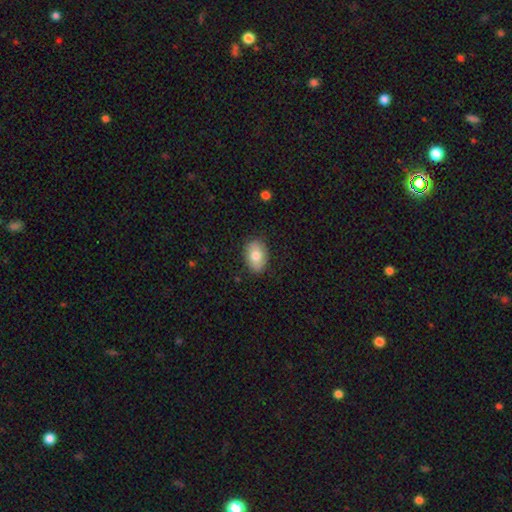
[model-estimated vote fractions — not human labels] Smooth or featured? smooth (77%)
How rounded? in between (85%)
Merging? none (85%)